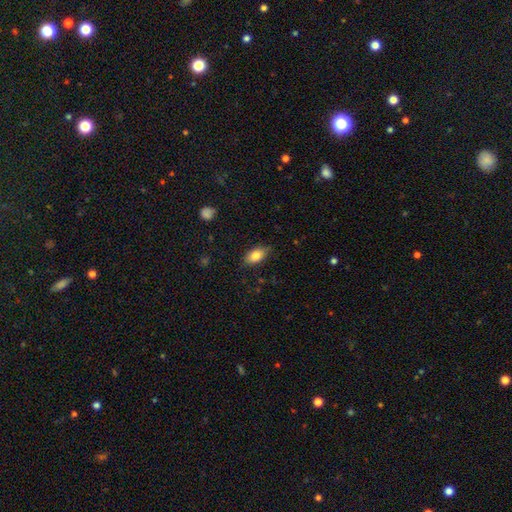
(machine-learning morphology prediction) Smooth or featured? smooth (82%)
How rounded? in between (89%)
Merging? none (82%)